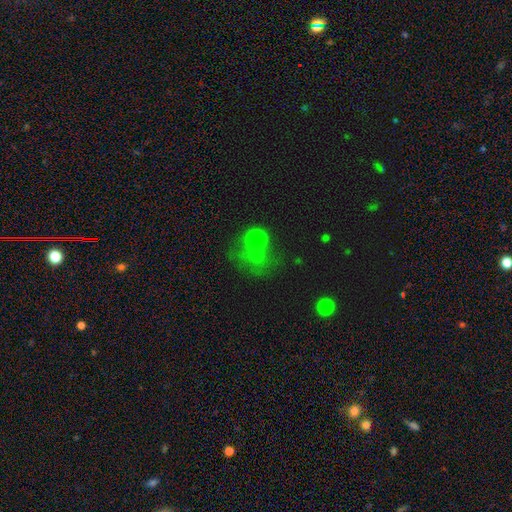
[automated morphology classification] A smooth galaxy with no disk features (67%) that is round (77%).

Vote fractions:
- Smooth or featured? smooth: 67% / star or artifact: 20% / featured or disk: 13%
- How rounded? round: 77% / in between: 22% / cigar-shaped: 1%
- Merging? none: 37% / major disturbance: 33% / minor disturbance: 18% / merger: 12%